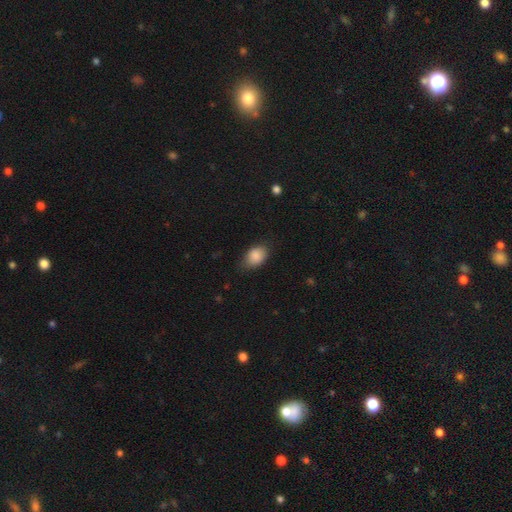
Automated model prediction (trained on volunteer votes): The model was most divided on "merging": none: 71%, minor disturbance: 23%, major disturbance: 5%, merger: 1%. More confident: smooth or featured — smooth (87%); how rounded — in between (82%).